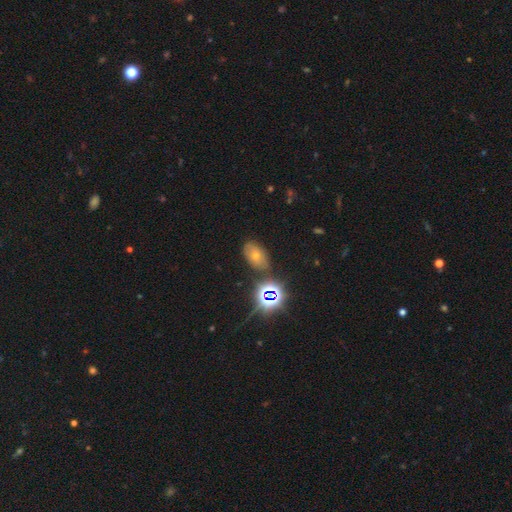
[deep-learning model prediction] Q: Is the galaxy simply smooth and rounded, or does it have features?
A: star or artifact — 46%.